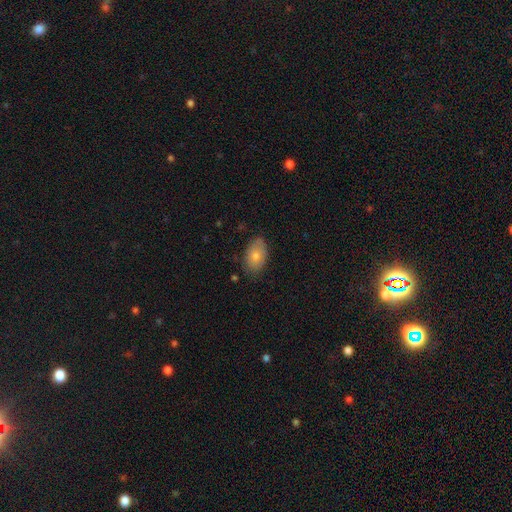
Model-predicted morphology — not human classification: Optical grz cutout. It shows a smooth galaxy with no disk features (77%) that is in between round and cigar-shaped (90%). Merging: none (74%).